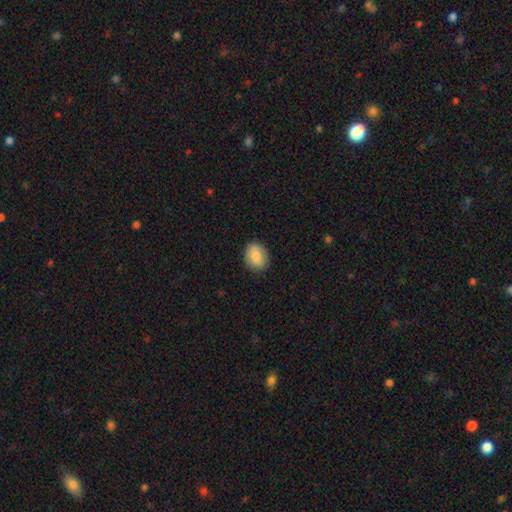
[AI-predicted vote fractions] The model was most divided on "how rounded": in between: 59%, round: 40%, cigar-shaped: 1%. More confident: merging — none (86%); smooth or featured — smooth (84%).